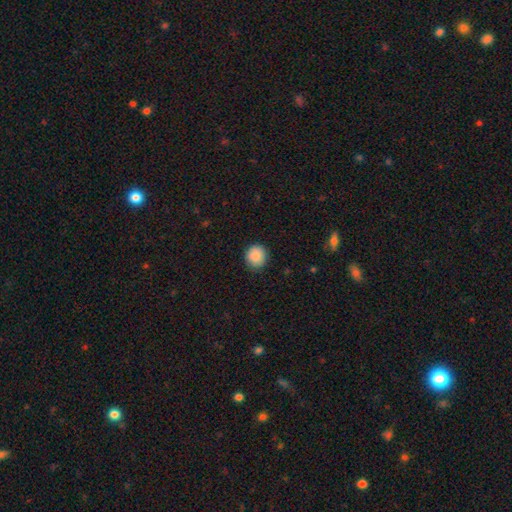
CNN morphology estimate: A smooth galaxy with no disk features (87%) that is round (90%).

Vote fractions:
- Smooth or featured? smooth: 87% / star or artifact: 8% / featured or disk: 5%
- How rounded? round: 90% / in between: 9% / cigar-shaped: 1%
- Merging? none: 88% / minor disturbance: 9% / major disturbance: 2% / merger: 1%